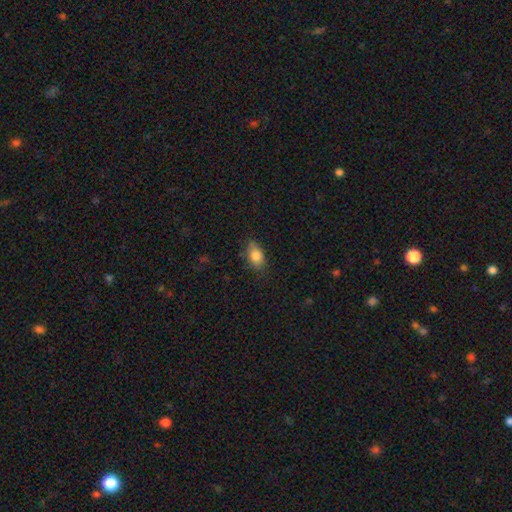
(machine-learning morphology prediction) A smooth galaxy with no disk features (82%) that is in between round and cigar-shaped (80%).

Vote fractions:
- Smooth or featured? smooth: 82% / featured or disk: 9% / star or artifact: 9%
- How rounded? in between: 80% / round: 17% / cigar-shaped: 3%
- Merging? none: 73% / minor disturbance: 21% / major disturbance: 4% / merger: 2%